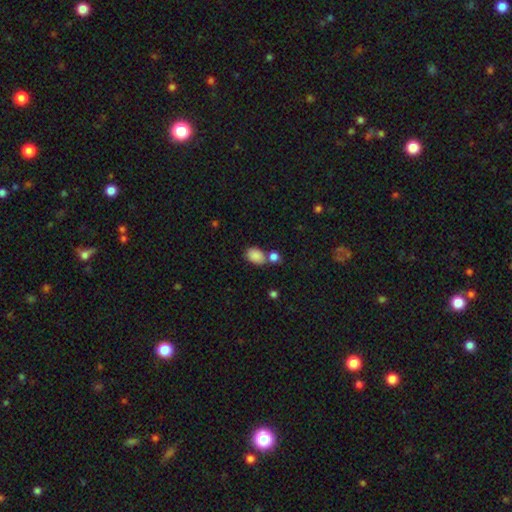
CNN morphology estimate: The model was most divided on "merging": none: 55%, merger: 27%, minor disturbance: 13%, major disturbance: 4%. More confident: smooth or featured — smooth (86%); how rounded — in between (83%).